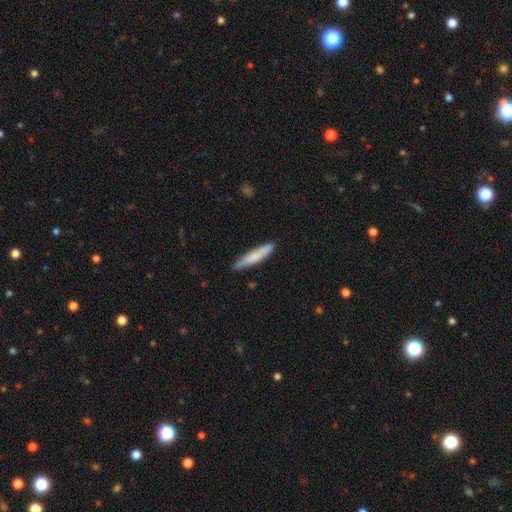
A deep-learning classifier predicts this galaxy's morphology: A smooth galaxy with no disk features (71%) that is cigar-shaped (90%).

Vote fractions:
- Smooth or featured? smooth: 71% / featured or disk: 23% / star or artifact: 5%
- How rounded? cigar-shaped: 90% / in between: 9% / round: 1%
- Merging? none: 81% / minor disturbance: 15% / major disturbance: 2% / merger: 2%